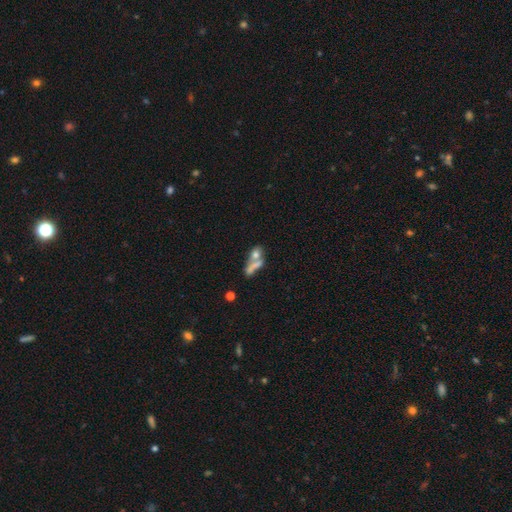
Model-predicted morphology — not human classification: This is likely a smooth galaxy (66%). How rounded: possibly in between (50%). Merging: possibly merger (54%).